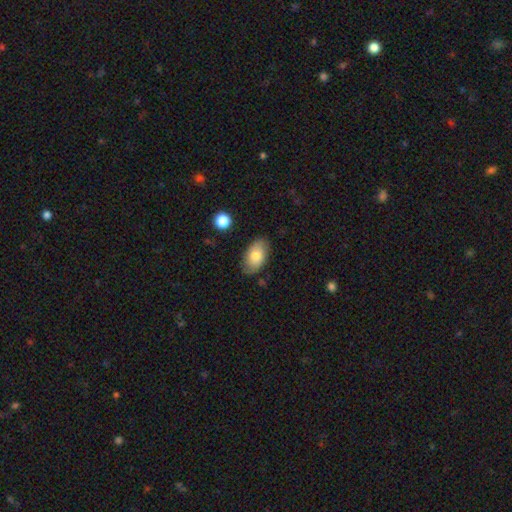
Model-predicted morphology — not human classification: type=smooth (77%); roundness=in between (93%); merging=none (80%).